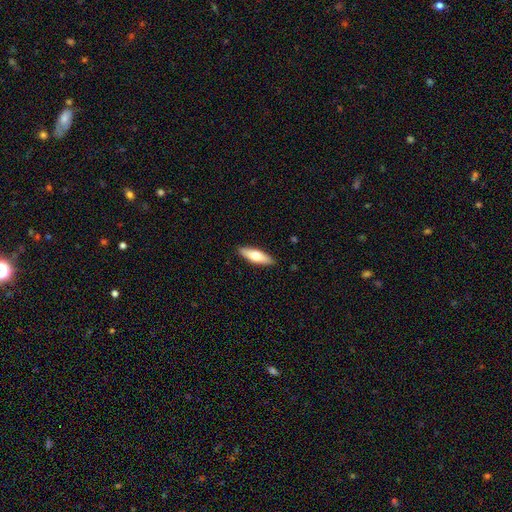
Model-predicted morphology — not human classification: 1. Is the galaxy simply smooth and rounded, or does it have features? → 61% smooth, 34% featured or disk, 5% star or artifact.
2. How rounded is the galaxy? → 52% cigar-shaped, 46% in between, 2% round.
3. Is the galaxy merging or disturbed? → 90% none, 8% minor disturbance, 2% major disturbance, 1% merger.